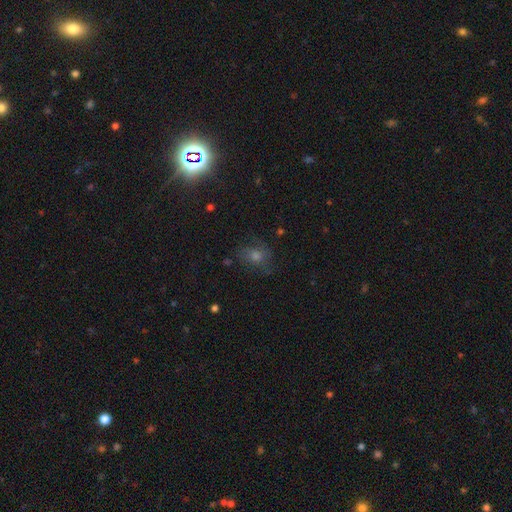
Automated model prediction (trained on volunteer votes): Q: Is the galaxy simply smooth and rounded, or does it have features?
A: smooth — 40%.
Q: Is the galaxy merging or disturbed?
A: none — 71%.